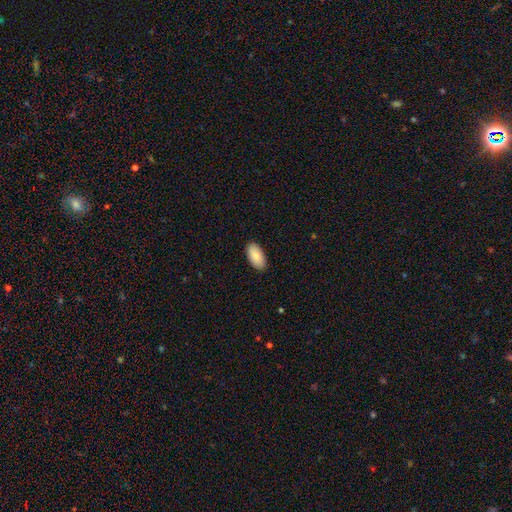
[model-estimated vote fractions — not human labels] Q: Smooth or featured?
A: smooth (86%); runner-up: featured or disk (8%)
Q: How rounded?
A: in between (95%); runner-up: cigar-shaped (3%)
Q: Merging?
A: none (90%); runner-up: minor disturbance (8%)